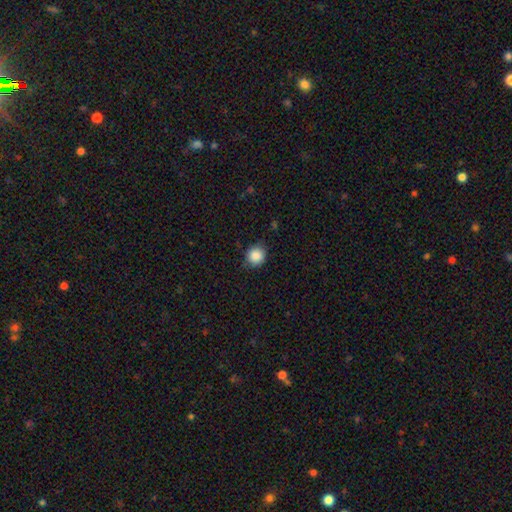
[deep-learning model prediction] A smooth galaxy with no disk features (87%) that is round (89%). Merging: none (83%).